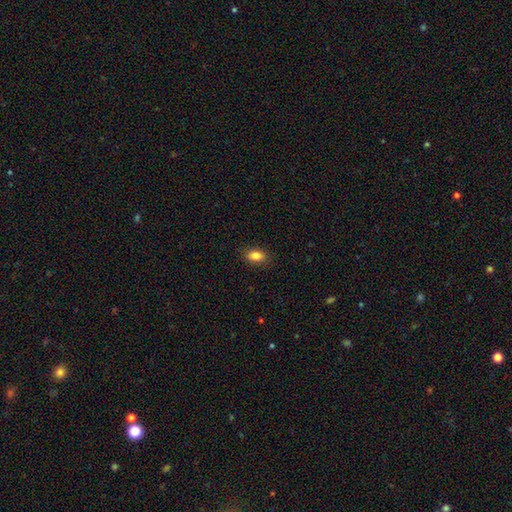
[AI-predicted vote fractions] This is clearly a smooth galaxy (86%). How rounded: clearly in between (86%). Merging: clearly none (87%).